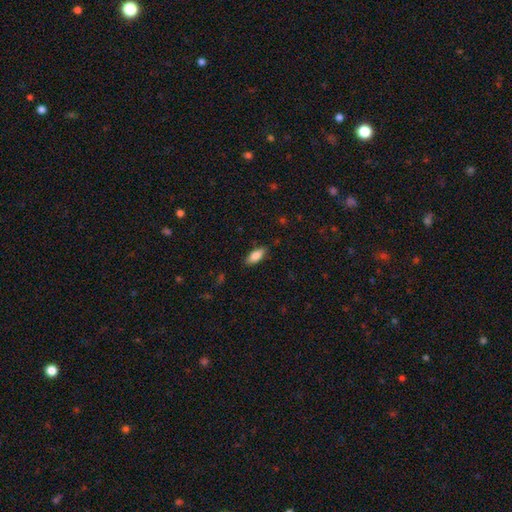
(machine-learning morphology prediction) The model was most divided on "how rounded": in between: 81%, cigar-shaped: 17%, round: 2%. More confident: merging — none (85%); smooth or featured — smooth (83%).